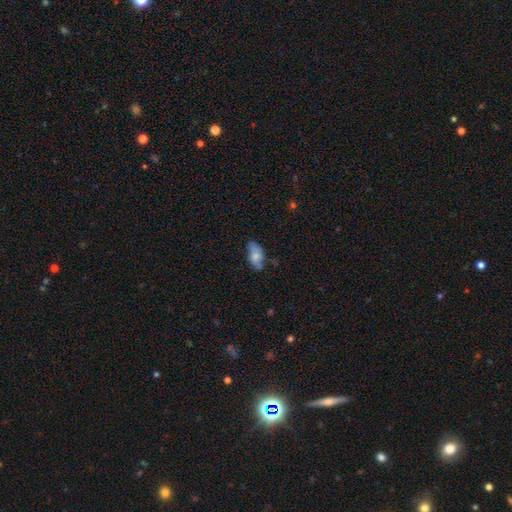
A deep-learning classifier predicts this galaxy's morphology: Smooth or featured? smooth (62%)
How rounded? in between (88%)
Merging? none (59%)